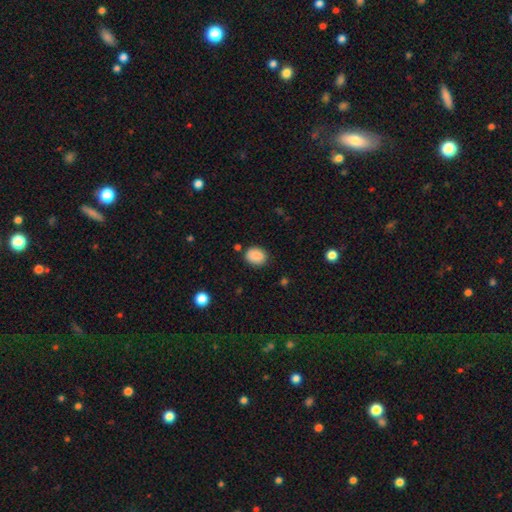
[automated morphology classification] smooth_or_featured: smooth (p=0.87) [alt: star or artifact p=0.08]
how_rounded: round (p=0.50) [tied with: in between p=0.50]
merging: none (p=0.82) [alt: minor disturbance p=0.13]